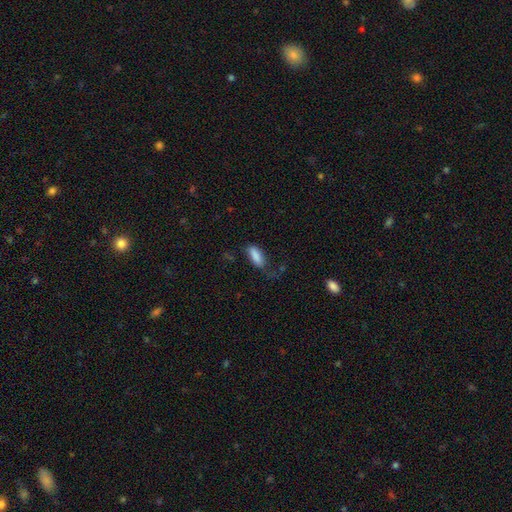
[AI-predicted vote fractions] The model was most divided on "merging": none: 49%, minor disturbance: 27%, major disturbance: 20%, merger: 4%. More confident: smooth or featured — smooth (84%); how rounded — in between (73%).